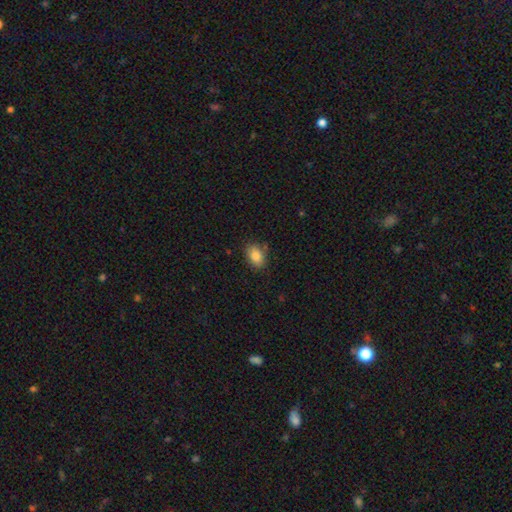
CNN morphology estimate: smooth 85%, star or artifact 8%, featured or disk 6%. Down the decision tree: how rounded — in between (83%); merging — none (80%).